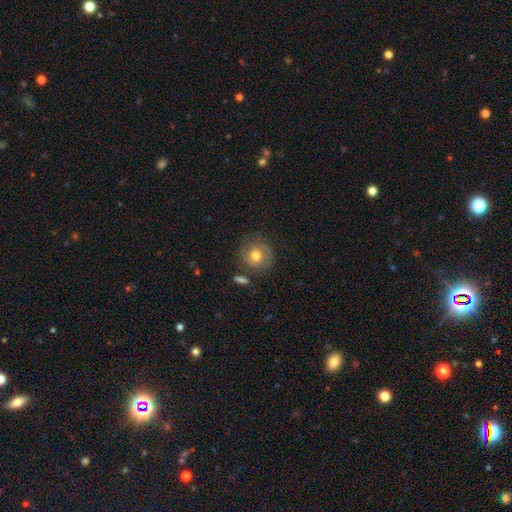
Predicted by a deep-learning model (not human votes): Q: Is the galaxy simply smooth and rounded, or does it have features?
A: smooth — 60%.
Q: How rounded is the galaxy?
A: round — 87%.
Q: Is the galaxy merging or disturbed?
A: none — 72%.